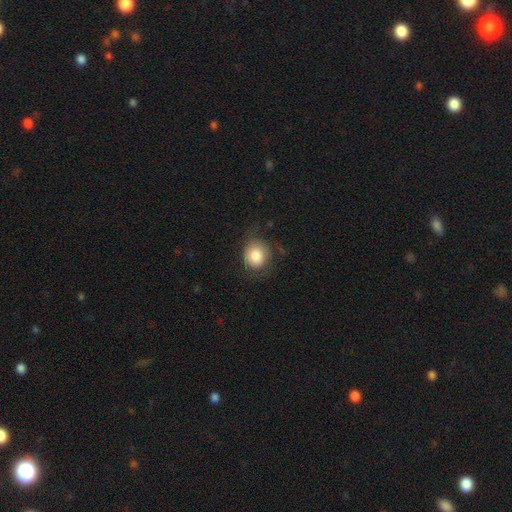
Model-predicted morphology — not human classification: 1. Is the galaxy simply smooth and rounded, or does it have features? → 81% smooth, 11% featured or disk, 8% star or artifact.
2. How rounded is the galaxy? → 79% round, 20% in between, 1% cigar-shaped.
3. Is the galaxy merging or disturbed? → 64% none, 23% minor disturbance, 12% major disturbance, 1% merger.